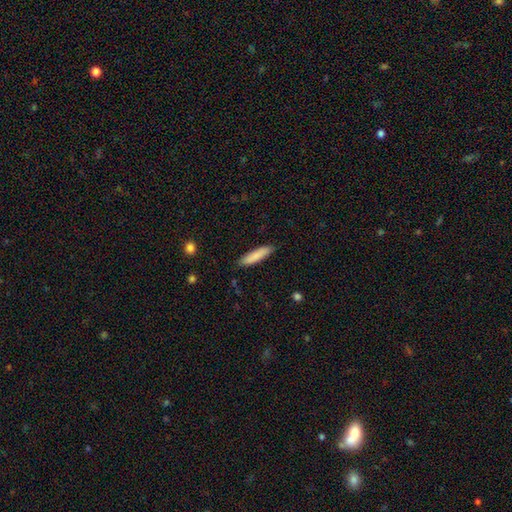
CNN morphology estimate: A smooth galaxy with no disk features (85%) that is cigar-shaped (80%). Merging: none (87%).